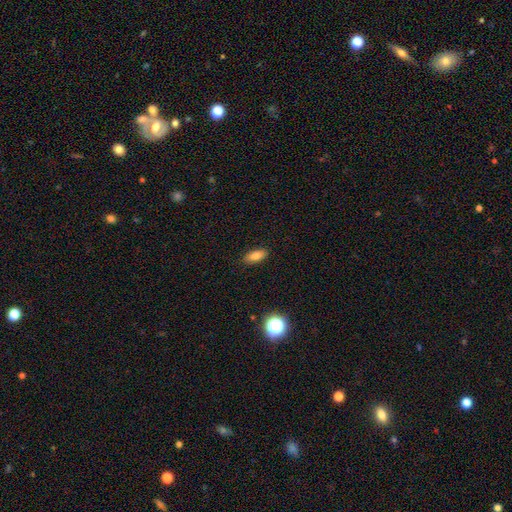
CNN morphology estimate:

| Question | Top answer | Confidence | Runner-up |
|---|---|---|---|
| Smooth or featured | smooth | 82% | star or artifact (10%) |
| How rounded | in between | 83% | cigar-shaped (13%) |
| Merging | none | 88% | minor disturbance (9%) |